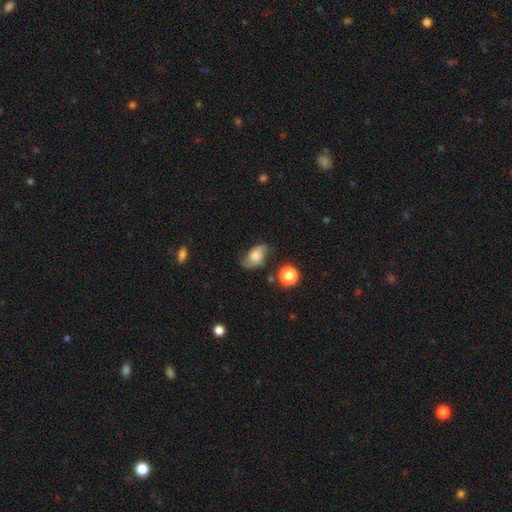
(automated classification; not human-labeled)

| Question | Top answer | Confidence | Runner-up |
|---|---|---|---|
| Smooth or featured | smooth | 53% | featured or disk (36%) |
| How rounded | in between | 85% | round (13%) |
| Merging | none | 57% | minor disturbance (29%) |